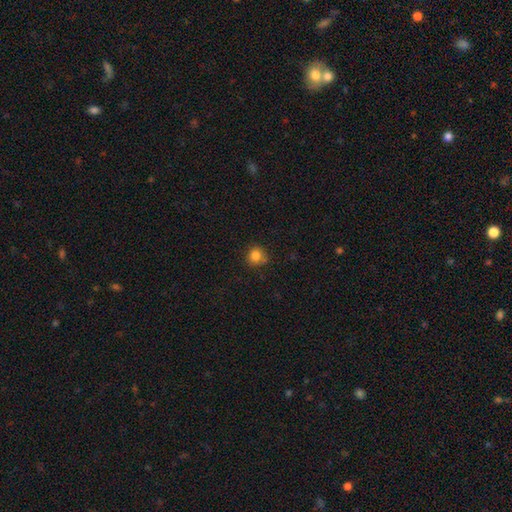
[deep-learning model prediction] Smooth or featured? Predicted: smooth (p=0.83). How rounded? Predicted: round (p=0.90). Merging? Predicted: none (p=0.79).